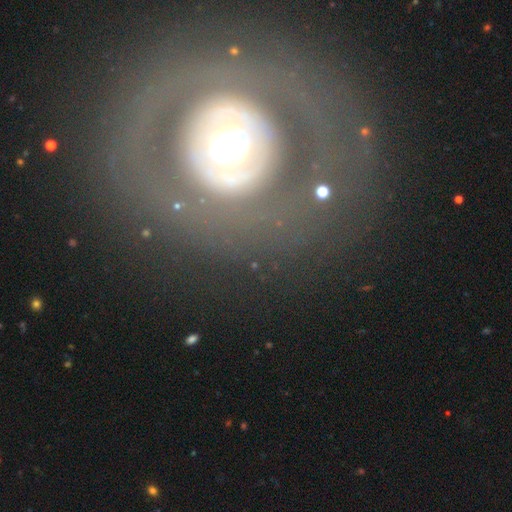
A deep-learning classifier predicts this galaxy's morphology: A featured or disk galaxy (67%) with no bar (75%), no spiral arms (74%) and a moderate central bulge (54%). Merging: none (78%).